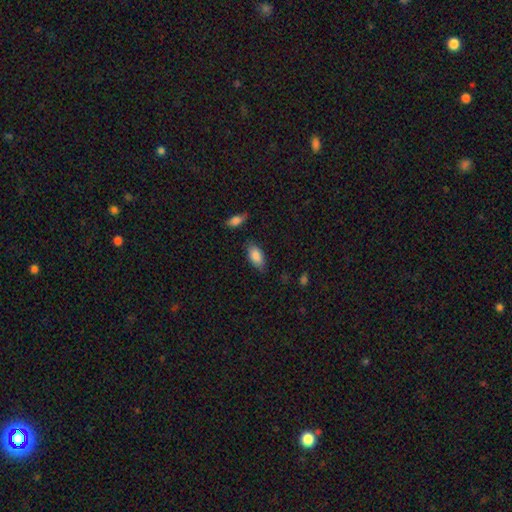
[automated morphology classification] Smooth or featured: smooth — 86% (featured or disk — 7%)
How rounded: in between — 92% (cigar-shaped — 5%)
Merging: none — 75% (minor disturbance — 19%)